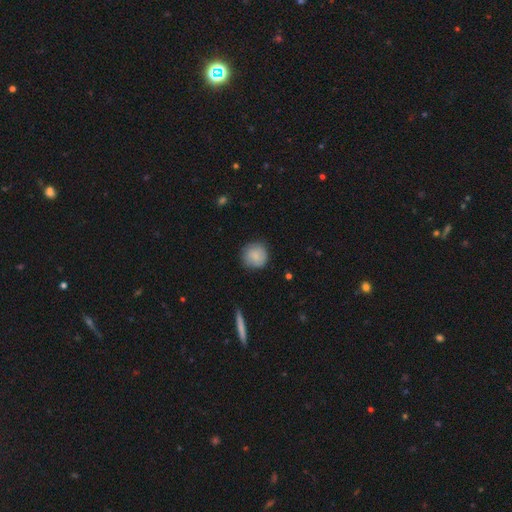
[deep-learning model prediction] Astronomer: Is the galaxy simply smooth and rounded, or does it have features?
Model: smooth — 84%.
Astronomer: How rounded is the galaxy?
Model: round — 93%.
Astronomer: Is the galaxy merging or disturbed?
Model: none — 84%.